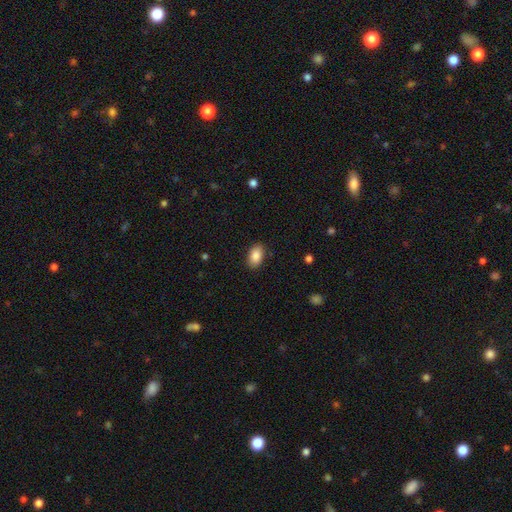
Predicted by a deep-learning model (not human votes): Smooth or featured? smooth (88%)
How rounded? in between (91%)
Merging? none (87%)